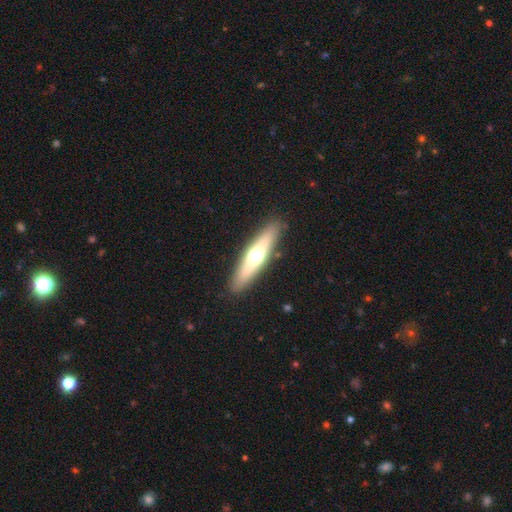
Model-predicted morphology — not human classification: Smooth or featured? Predicted: featured or disk (p=0.47). Merging? Predicted: none (p=0.89).